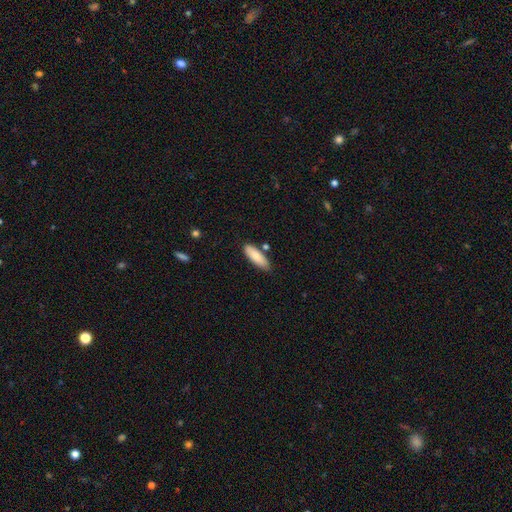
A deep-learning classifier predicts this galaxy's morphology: This appears to be a smooth galaxy with no disk features (83%) that is in between round and cigar-shaped (61%). Merging: none (79%).